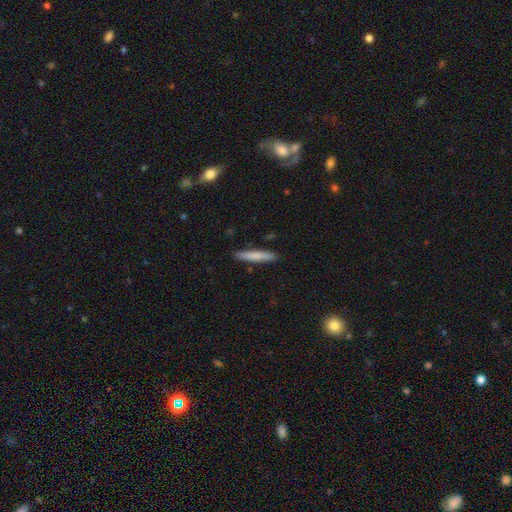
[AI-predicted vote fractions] A smooth galaxy with no disk features (78%) that is cigar-shaped (93%).

Vote fractions:
- Smooth or featured? smooth: 78% / featured or disk: 17% / star or artifact: 5%
- How rounded? cigar-shaped: 93% / in between: 6% / round: 1%
- Merging? none: 89% / minor disturbance: 8% / major disturbance: 2% / merger: 1%